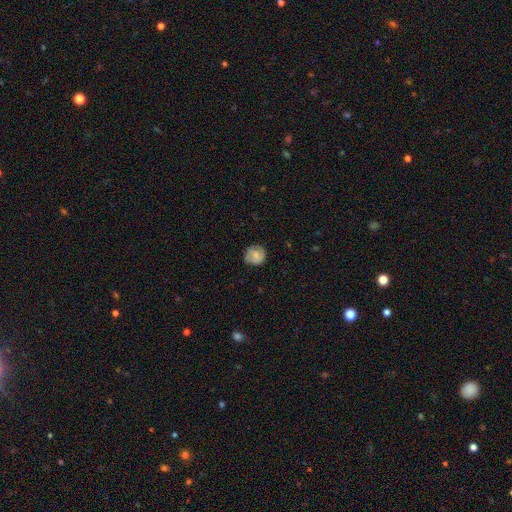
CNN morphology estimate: type=smooth (68%); roundness=round (85%); merging=none (74%).